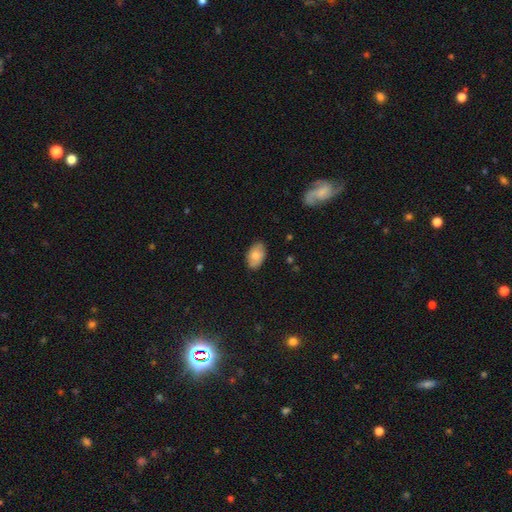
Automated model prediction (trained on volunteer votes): smooth 74%, featured or disk 19%, star or artifact 7%. Down the decision tree: how rounded — in between (92%); merging — none (81%).